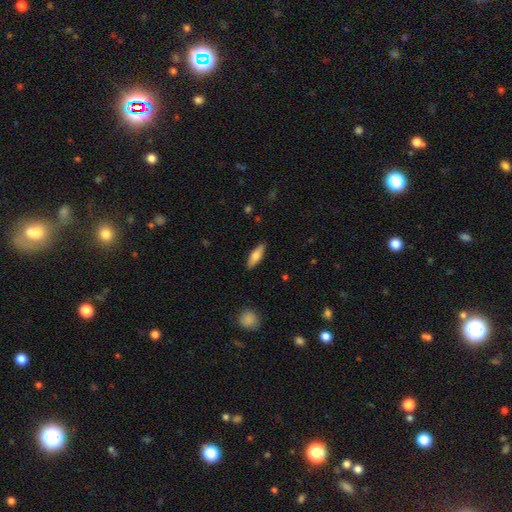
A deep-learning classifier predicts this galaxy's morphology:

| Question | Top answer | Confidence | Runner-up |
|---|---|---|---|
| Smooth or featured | smooth | 70% | featured or disk (25%) |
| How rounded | in between | 50% | cigar-shaped (48%) |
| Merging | none | 88% | minor disturbance (9%) |